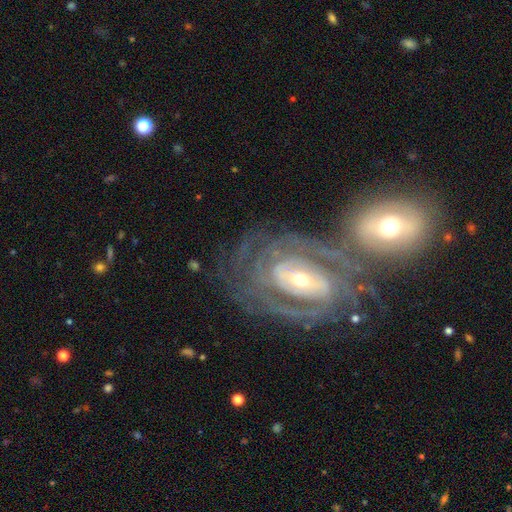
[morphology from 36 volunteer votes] type=featured or disk (97%); edge-on=no (91%); bar=no (53%); spiral arms=yes (97%); winding=tight (71%); arm count=can't tell (39%); bulge=small (50%); merging=none (53%).